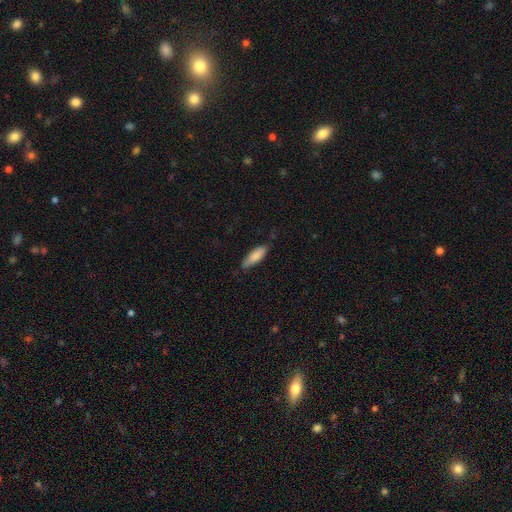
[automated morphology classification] The model was most divided on "how rounded": in between: 55%, cigar-shaped: 44%, round: 1%. More confident: smooth or featured — smooth (85%); merging — none (76%).